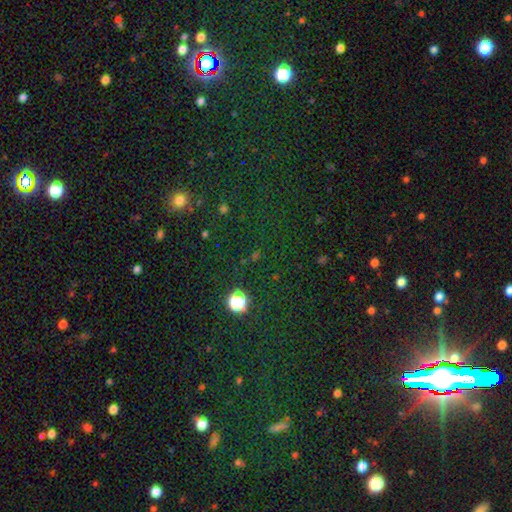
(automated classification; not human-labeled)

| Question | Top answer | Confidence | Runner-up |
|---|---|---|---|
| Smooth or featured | star or artifact | 59% | smooth (32%) |